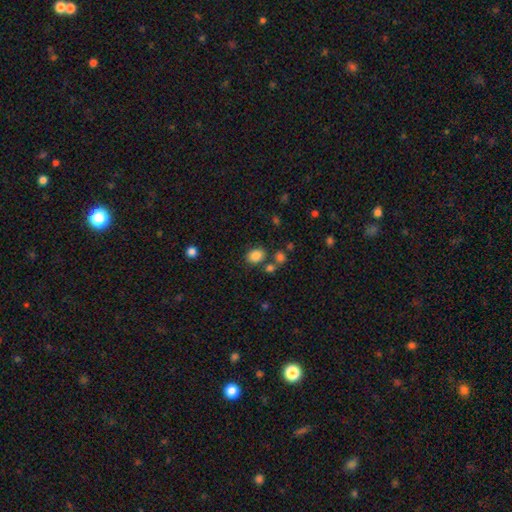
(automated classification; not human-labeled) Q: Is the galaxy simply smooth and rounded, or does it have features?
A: smooth — 84%.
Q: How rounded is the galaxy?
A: in between — 60%.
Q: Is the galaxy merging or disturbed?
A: none — 73%.